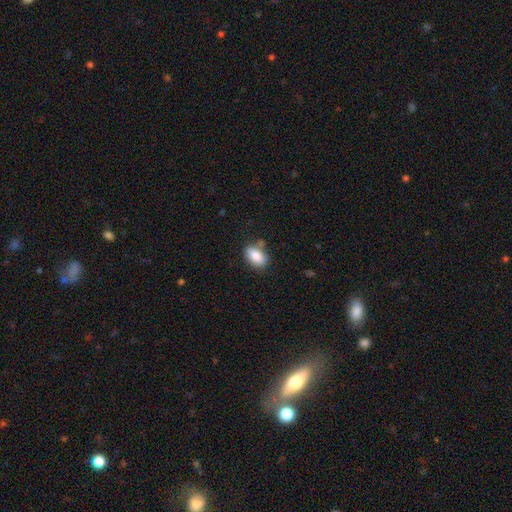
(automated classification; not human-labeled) A smooth galaxy with no disk features (85%) that is in between round and cigar-shaped (89%). Merging: none (73%).